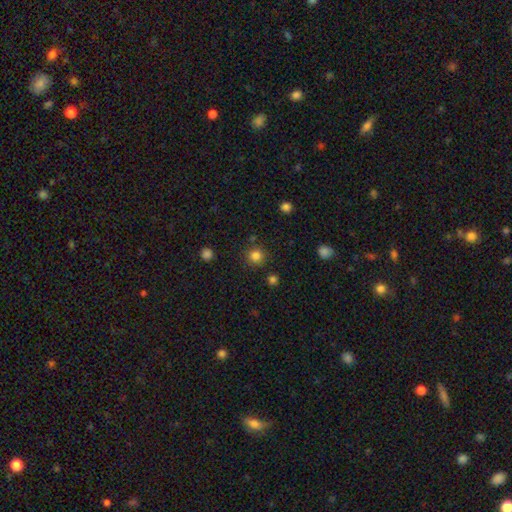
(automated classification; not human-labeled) smooth 83%, star or artifact 13%, featured or disk 4%. Down the decision tree: how rounded — round (94%); merging — none (87%).